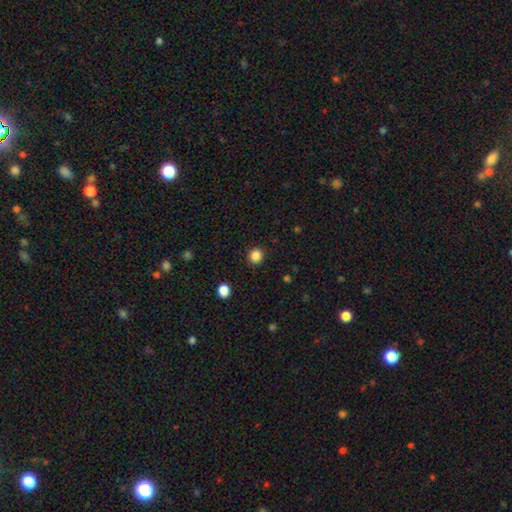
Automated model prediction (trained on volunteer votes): A smooth galaxy with no disk features (86%) that is round (88%).

Vote fractions:
- Smooth or featured? smooth: 86% / star or artifact: 12% / featured or disk: 3%
- How rounded? round: 88% / in between: 11% / cigar-shaped: 1%
- Merging? none: 91% / minor disturbance: 6% / major disturbance: 2% / merger: 1%